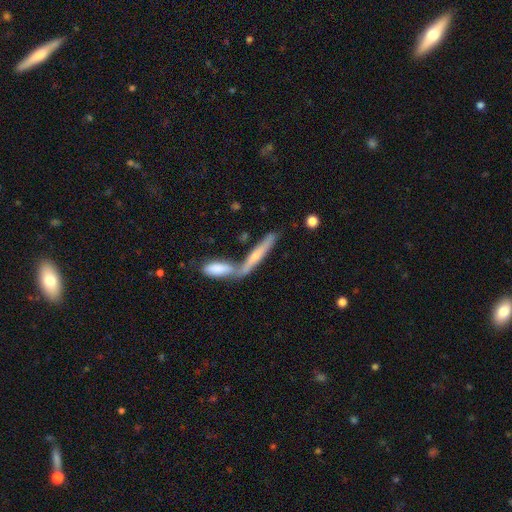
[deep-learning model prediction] Q: Smooth or featured?
A: smooth (51%); runner-up: featured or disk (43%)
Q: How rounded?
A: cigar-shaped (86%); runner-up: in between (12%)
Q: Merging?
A: none (48%); runner-up: merger (38%)